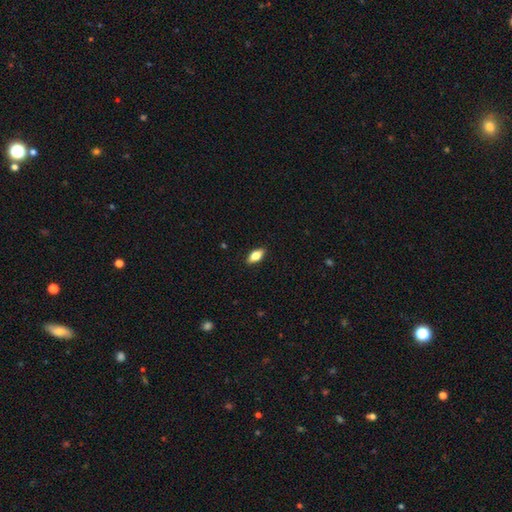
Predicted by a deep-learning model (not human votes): smooth_or_featured: smooth (p=0.75) [alt: featured or disk p=0.18]
how_rounded: in between (p=0.86) [alt: cigar-shaped p=0.11]
merging: none (p=0.89) [alt: minor disturbance p=0.08]